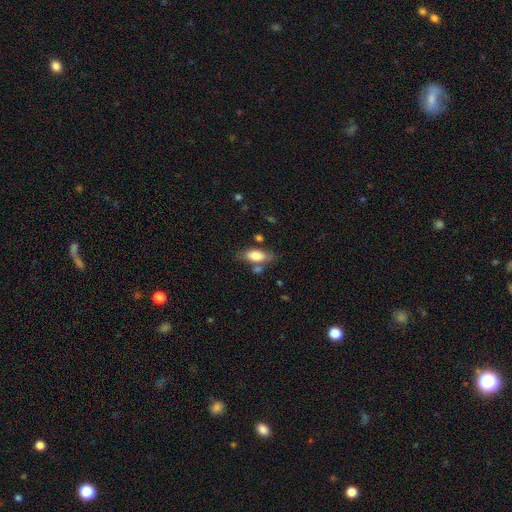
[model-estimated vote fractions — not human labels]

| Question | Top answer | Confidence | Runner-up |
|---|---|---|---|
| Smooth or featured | smooth | 78% | featured or disk (15%) |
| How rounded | in between | 83% | cigar-shaped (14%) |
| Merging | none | 63% | minor disturbance (18%) |